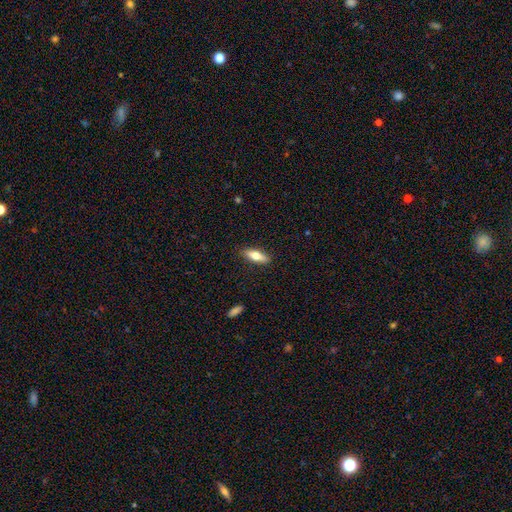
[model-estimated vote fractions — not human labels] A smooth galaxy with no disk features (70%) that is in between round and cigar-shaped (55%).

Vote fractions:
- Smooth or featured? smooth: 70% / featured or disk: 24% / star or artifact: 6%
- How rounded? in between: 55% / cigar-shaped: 43% / round: 2%
- Merging? none: 89% / minor disturbance: 8% / major disturbance: 2% / merger: 1%